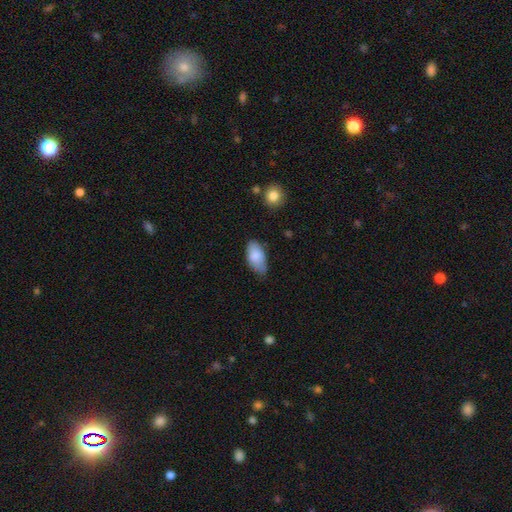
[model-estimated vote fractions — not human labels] This appears to be a smooth galaxy with no disk features (85%) that is in between round and cigar-shaped (93%). Merging: none (60%).